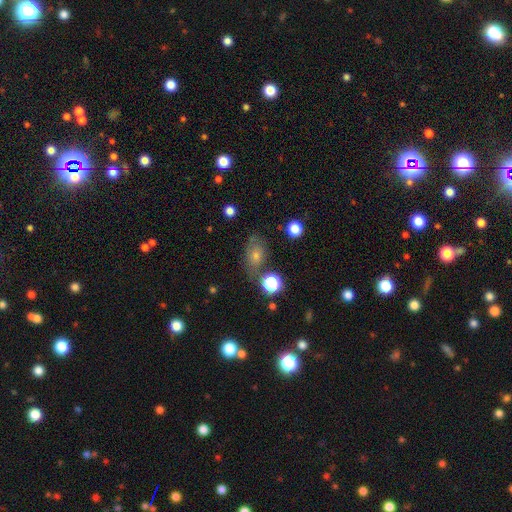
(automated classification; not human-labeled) Overall: smooth (58%; star or artifact 22%). How rounded: in between (70%). Merging: none (71%).